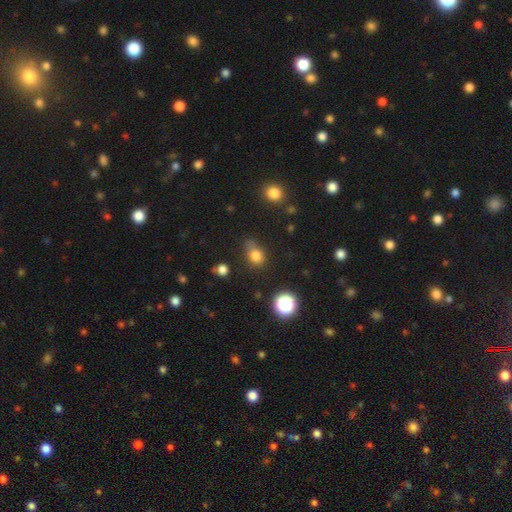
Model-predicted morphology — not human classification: The model was most divided on "how rounded": round: 59%, in between: 39%, cigar-shaped: 2%. More confident: smooth or featured — smooth (78%); merging — none (52%).